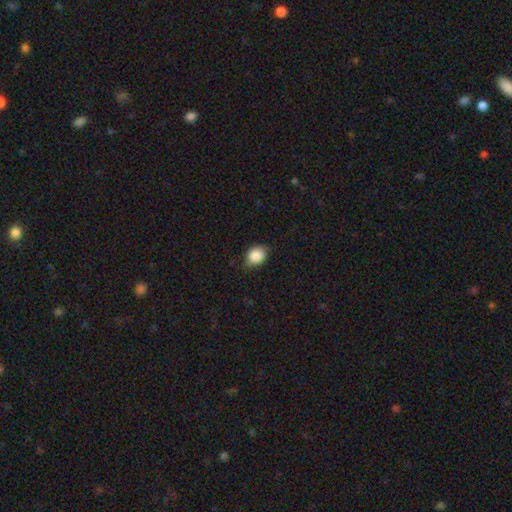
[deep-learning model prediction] Smooth or featured: smooth — 86% (star or artifact — 8%)
How rounded: round — 55% (in between — 44%)
Merging: none — 72% (minor disturbance — 23%)